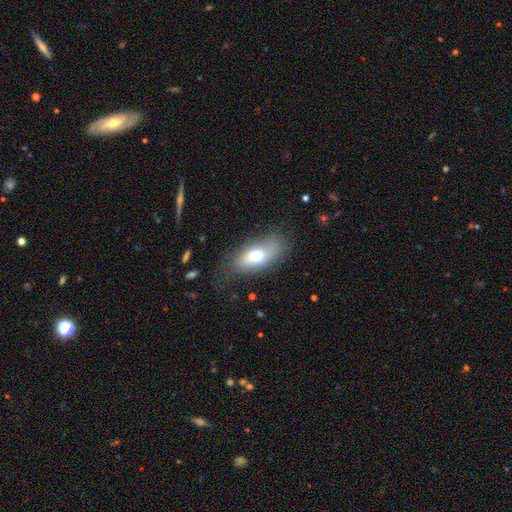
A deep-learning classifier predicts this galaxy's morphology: Smooth or featured: smooth — 72% (featured or disk — 20%)
How rounded: in between — 86% (cigar-shaped — 10%)
Merging: none — 69% (minor disturbance — 21%)